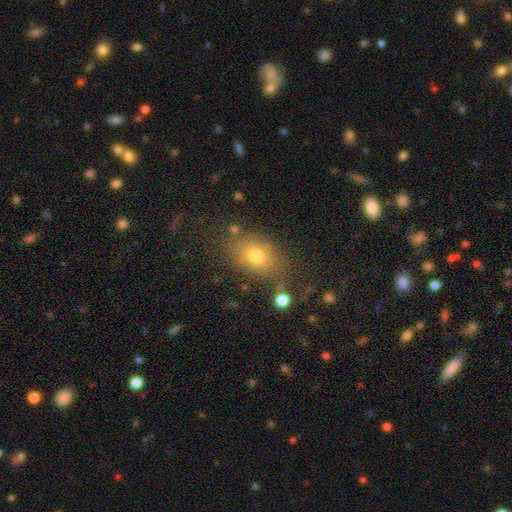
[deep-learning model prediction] Overall: smooth (74%). How rounded: in between (80%). Merging: none (74%).